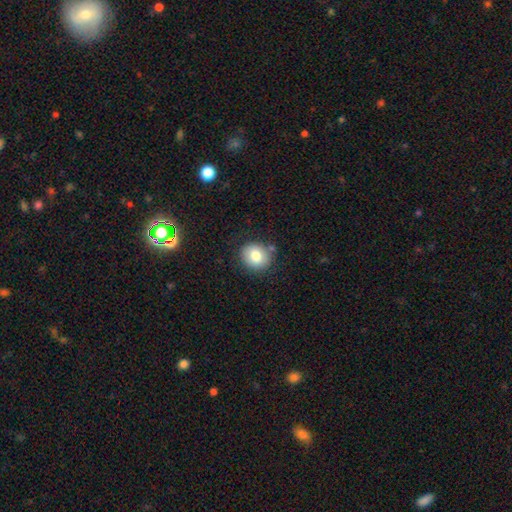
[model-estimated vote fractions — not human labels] Morphology: type=smooth (80%); roundness=round (76%); merging=none (78%).